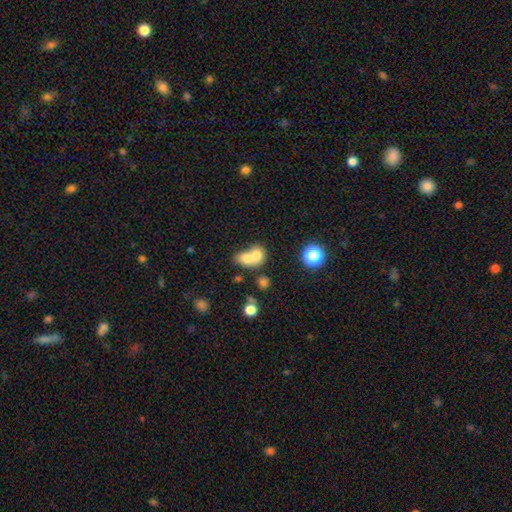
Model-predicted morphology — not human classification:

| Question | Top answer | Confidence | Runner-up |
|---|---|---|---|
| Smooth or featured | smooth | 72% | featured or disk (18%) |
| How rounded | round | 54% | in between (45%) |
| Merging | merger | 71% | none (21%) |